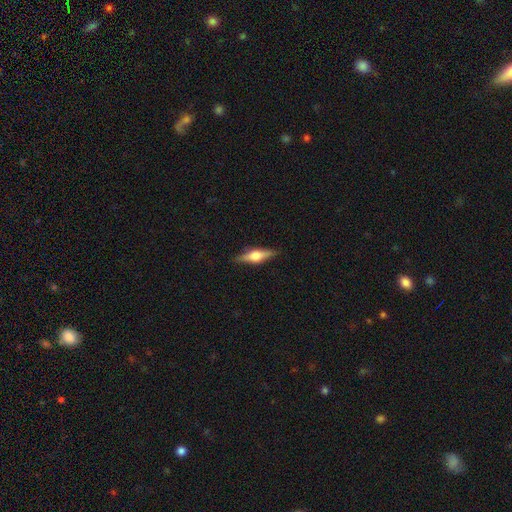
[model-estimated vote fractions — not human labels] Morphology: type=featured or disk (65%); edge-on=yes (96%); edge-on bulge=rounded (92%); merging=none (89%).